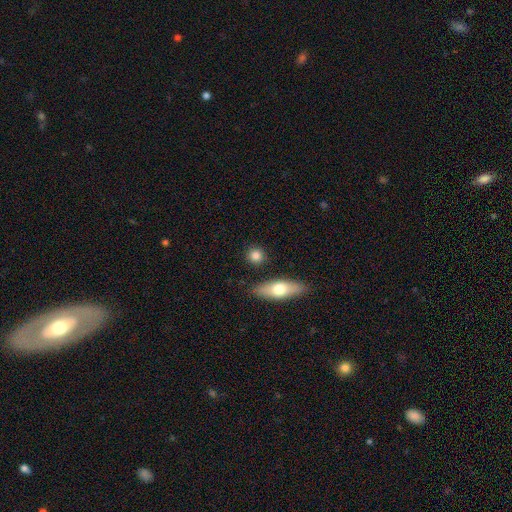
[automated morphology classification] Smooth or featured? smooth (80%)
How rounded? round (80%)
Merging? none (86%)